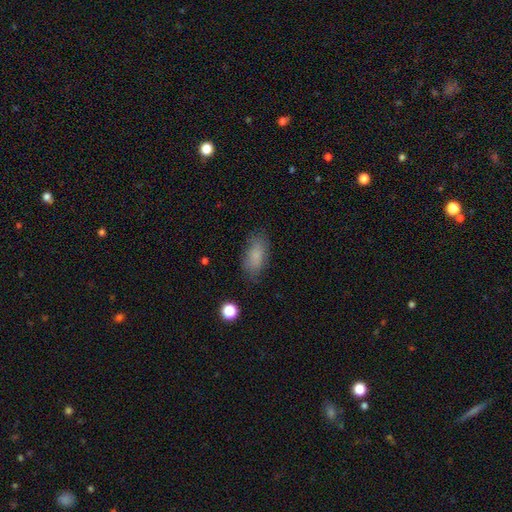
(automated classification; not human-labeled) This appears to be a smooth galaxy with no disk features (82%) that is in between round and cigar-shaped (88%). Merging: none (78%).